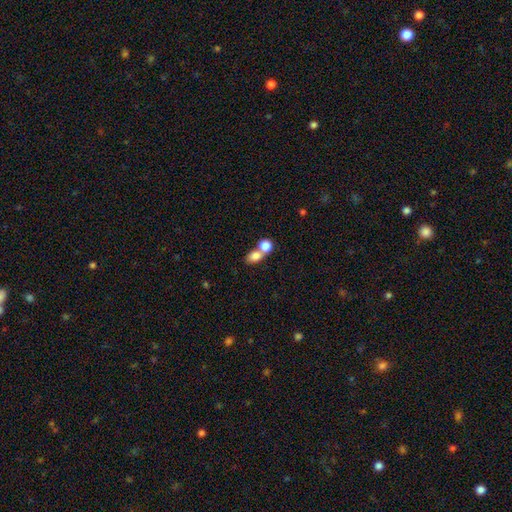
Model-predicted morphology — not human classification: Smooth or featured: smooth — 80% (featured or disk — 11%)
How rounded: in between — 64% (round — 34%)
Merging: merger — 60% (none — 30%)